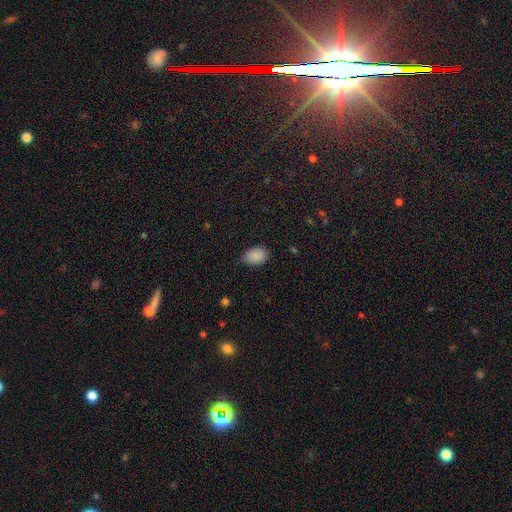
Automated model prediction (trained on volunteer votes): Smooth or featured: smooth — 87% (star or artifact — 8%)
How rounded: in between — 76% (round — 23%)
Merging: none — 66% (minor disturbance — 29%)